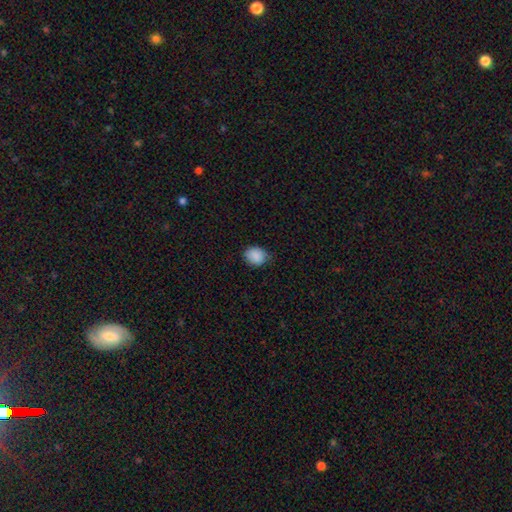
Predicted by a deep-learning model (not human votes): A smooth galaxy with no disk features (89%) that is round (60%). Merging: none (76%).